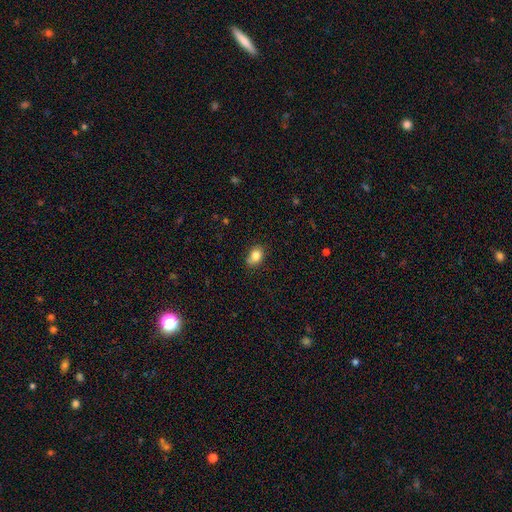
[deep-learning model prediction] smooth 83%, star or artifact 9%, featured or disk 8%. Down the decision tree: how rounded — in between (67%); merging — none (73%).